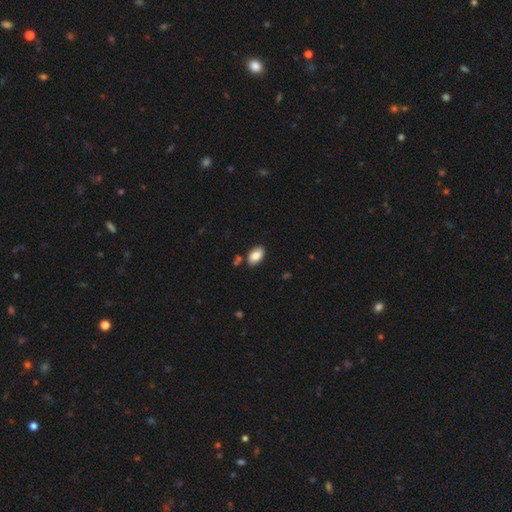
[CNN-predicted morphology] This appears to be a smooth galaxy with no disk features (86%) that is in between round and cigar-shaped (93%). Merging: none (81%).